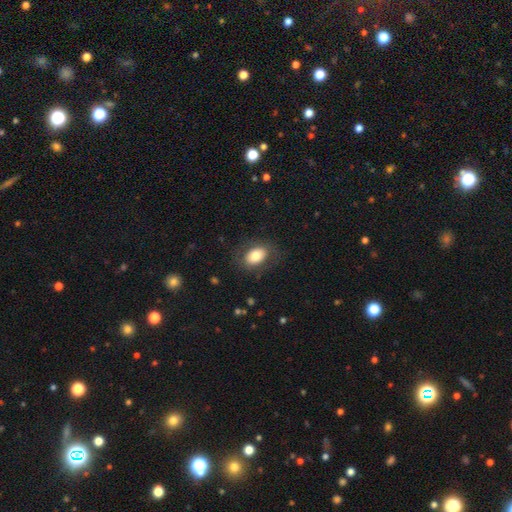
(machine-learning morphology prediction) Smooth or featured? Predicted: smooth (p=0.77). How rounded? Predicted: in between (p=0.80). Merging? Predicted: none (p=0.79).